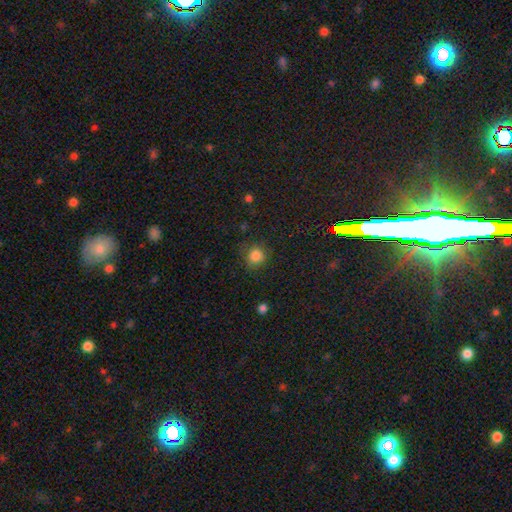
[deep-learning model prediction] Q: Smooth or featured?
A: smooth (83%); runner-up: star or artifact (12%)
Q: How rounded?
A: round (87%); runner-up: in between (12%)
Q: Merging?
A: none (74%); runner-up: minor disturbance (18%)